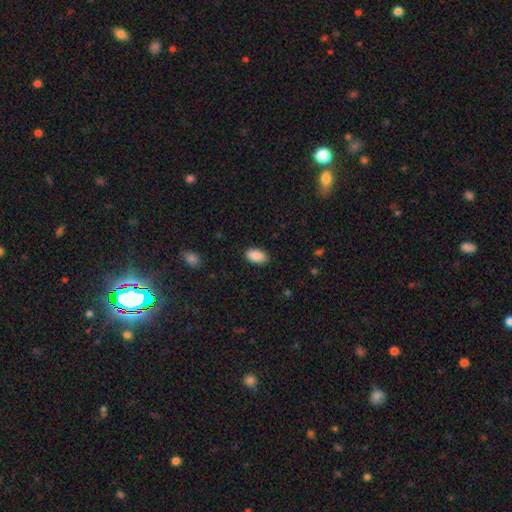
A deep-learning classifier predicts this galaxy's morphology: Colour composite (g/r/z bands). It shows a smooth galaxy with no disk features (90%) that is in between round and cigar-shaped (94%). Merging: none (86%).